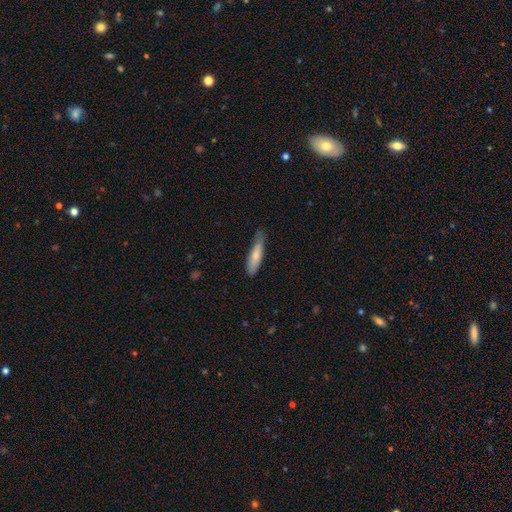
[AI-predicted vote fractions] Q: Smooth or featured?
A: smooth (76%); runner-up: featured or disk (19%)
Q: How rounded?
A: cigar-shaped (74%); runner-up: in between (24%)
Q: Merging?
A: none (67%); runner-up: minor disturbance (27%)